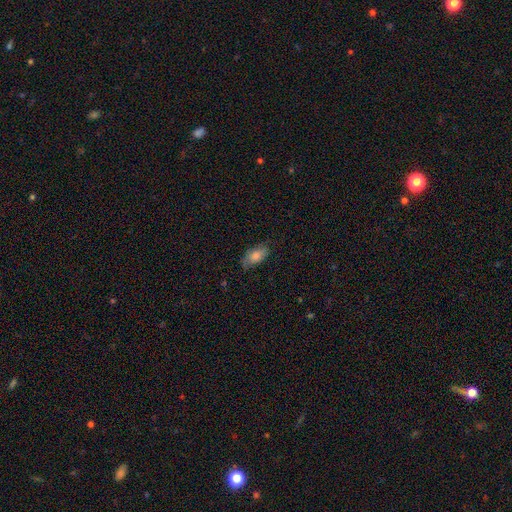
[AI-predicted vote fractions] Smooth or featured? Predicted: smooth (p=0.71). How rounded? Predicted: in between (p=0.91). Merging? Predicted: none (p=0.72).